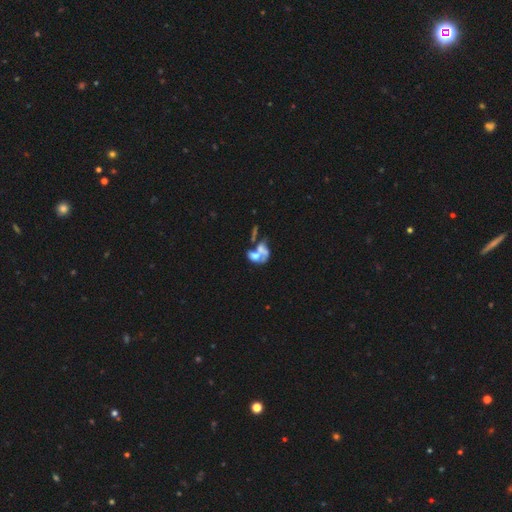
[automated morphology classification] A featured or disk galaxy (52%) with no bar (86%), no spiral arms (75%) and no central bulge (44%). Merging: merger (64%).